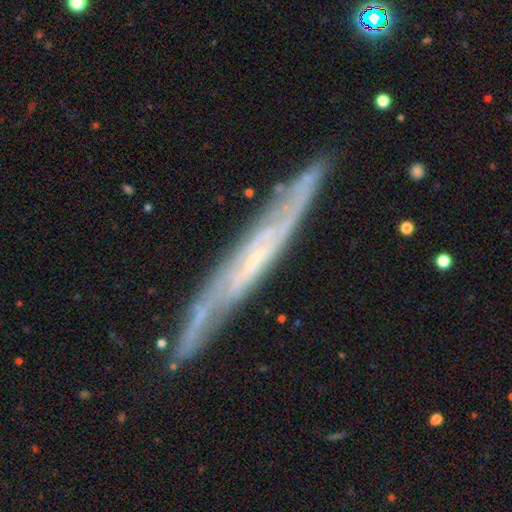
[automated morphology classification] A featured or disk galaxy (76%) viewed edge-on (74%) with no central bulge (76%).

Vote fractions:
- Smooth or featured? featured or disk: 76% / smooth: 16% / star or artifact: 8%
- Edge-on disk? yes: 74% / no: 26%
- Edge-on bulge? none: 76% / rounded: 19% / boxy: 5%
- Merging? none: 81% / minor disturbance: 14% / major disturbance: 3% / merger: 2%